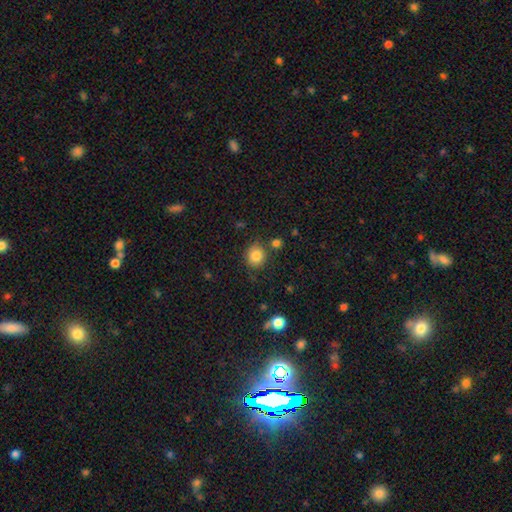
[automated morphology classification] This is clearly a smooth galaxy (83%). How rounded: clearly round (87%). Merging: likely none (79%).